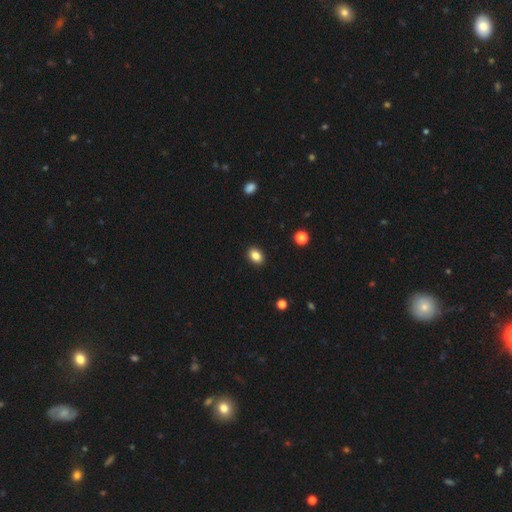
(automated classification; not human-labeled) This appears to be a smooth galaxy with no disk features (85%) that is in between round and cigar-shaped (71%). Merging: none (90%).